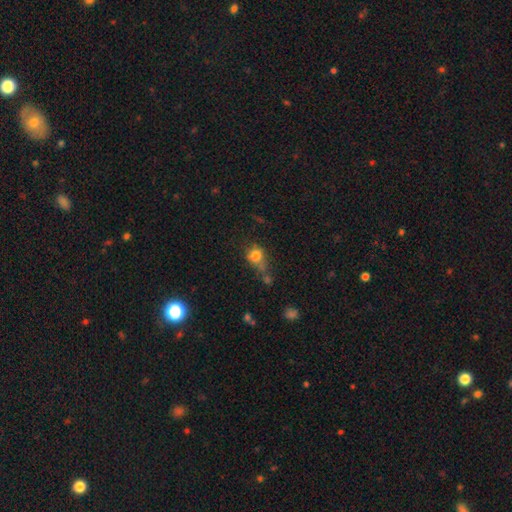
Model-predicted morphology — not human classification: Smooth or featured: smooth — 77% (star or artifact — 12%)
How rounded: round — 71% (in between — 28%)
Merging: none — 42% (merger — 23%)